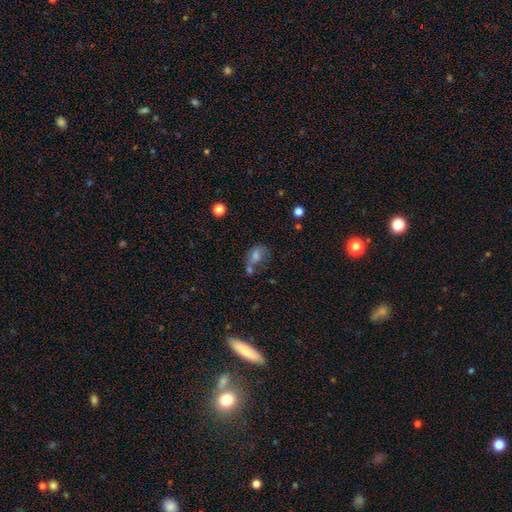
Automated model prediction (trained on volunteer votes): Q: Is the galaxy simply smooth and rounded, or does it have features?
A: smooth — 58%.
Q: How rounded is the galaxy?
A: in between — 71%.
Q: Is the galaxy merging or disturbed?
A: none — 36%.